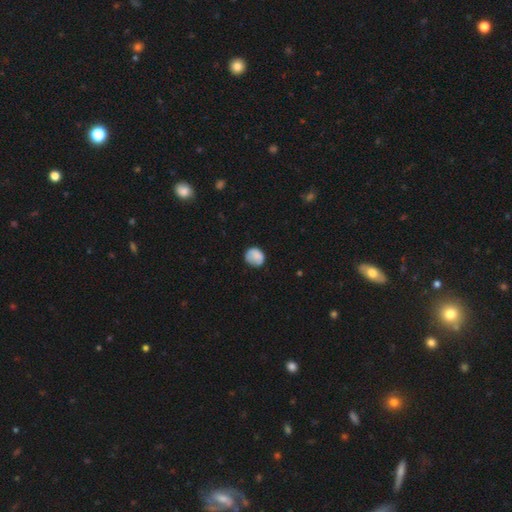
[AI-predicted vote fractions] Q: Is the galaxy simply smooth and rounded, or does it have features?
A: smooth — 81%.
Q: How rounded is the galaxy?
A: round — 72%.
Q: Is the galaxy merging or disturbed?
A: none — 69%.